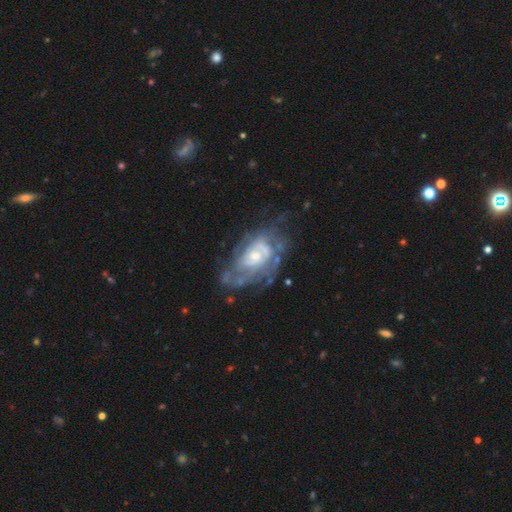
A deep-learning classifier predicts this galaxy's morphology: A featured or disk galaxy (81%) with no bar (69%), tight (56%) spiral arms (81%) and a moderate central bulge (48%).

Vote fractions:
- Smooth or featured? featured or disk: 81% / smooth: 12% / star or artifact: 7%
- Edge-on disk? no: 96% / yes: 4%
- Bar? no: 69% / weak: 26% / strong: 5%
- Spiral arms? yes: 81% / no: 19%
- Spiral winding? tight: 56% / medium: 33% / loose: 12%
- Spiral arm count? can't tell: 53% / 2: 20% / 3: 11% / 4: 6% / 1: 5% / more than 4: 4%
- Bulge size? moderate: 48% / small: 40% / large: 7% / none: 3% / dominant: 1%
- Merging? none: 55% / minor disturbance: 22% / major disturbance: 19% / merger: 3%